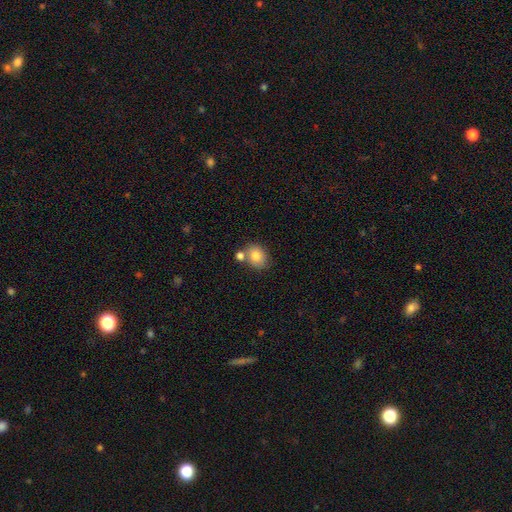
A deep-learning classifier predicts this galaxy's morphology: A smooth galaxy with no disk features (82%) that is round (52%). Merging: none (60%).